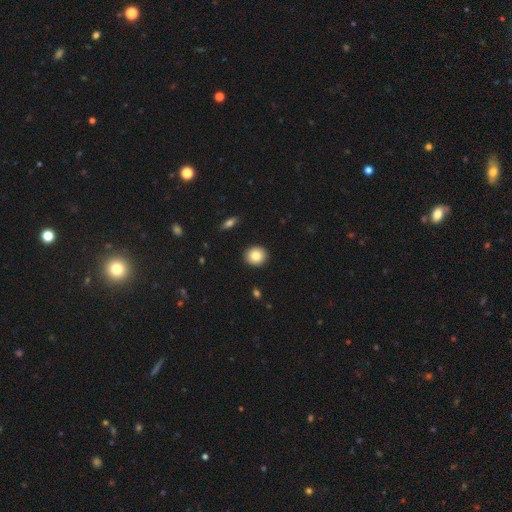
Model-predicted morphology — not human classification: A smooth galaxy with no disk features (84%) that is round (86%).

Vote fractions:
- Smooth or featured? smooth: 84% / star or artifact: 8% / featured or disk: 8%
- How rounded? round: 86% / in between: 13% / cigar-shaped: 1%
- Merging? none: 92% / minor disturbance: 5% / major disturbance: 2% / merger: 1%